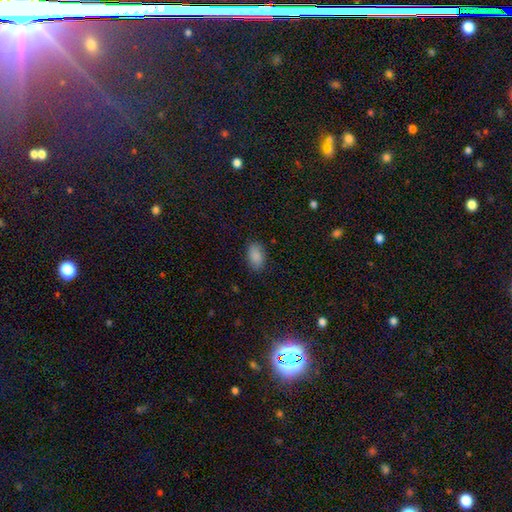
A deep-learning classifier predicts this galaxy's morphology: smooth-or-featured: smooth: 88% | star or artifact: 8% | featured or disk: 4%
  how-rounded: in between: 91% | round: 7% | cigar-shaped: 2%
  merging: none: 85% | minor disturbance: 11% | major disturbance: 3% | merger: 1%